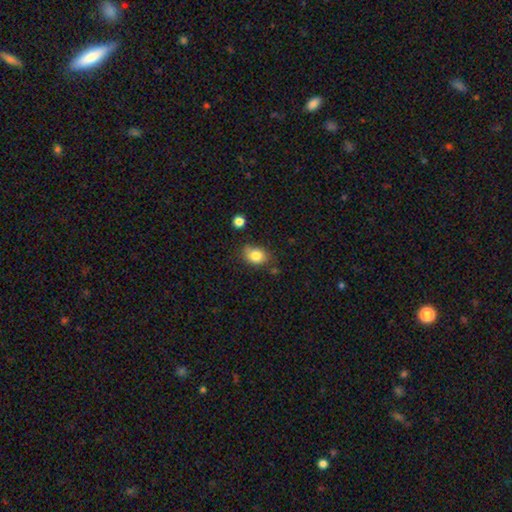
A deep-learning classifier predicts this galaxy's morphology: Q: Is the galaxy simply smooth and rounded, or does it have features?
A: smooth — 83%.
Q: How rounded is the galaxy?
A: in between — 67%.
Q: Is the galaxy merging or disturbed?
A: none — 69%.